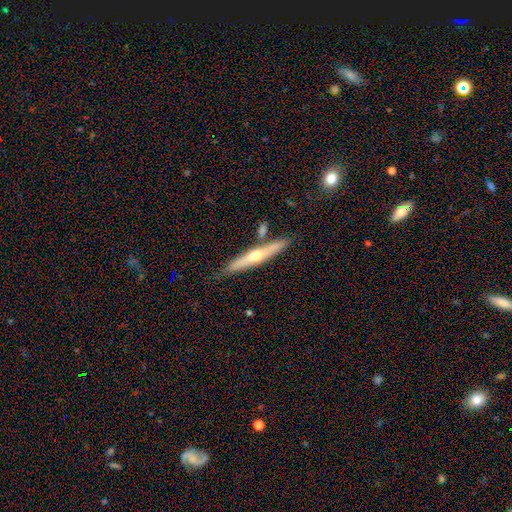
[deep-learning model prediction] smooth-or-featured: featured or disk: 60% | smooth: 34% | star or artifact: 6%
  disk-edge-on: yes: 94% | no: 6%
    edge-on-bulge: rounded: 83% | none: 13% | boxy: 3%
  merging: none: 79% | minor disturbance: 12% | merger: 7% | major disturbance: 2%